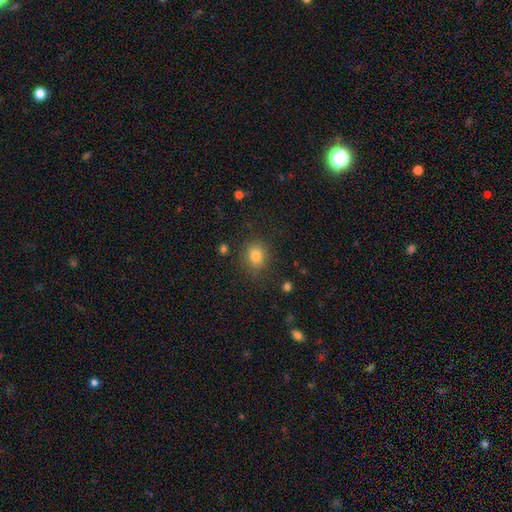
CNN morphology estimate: This appears to be a smooth galaxy with no disk features (82%) that is round (61%). Merging: none (84%).